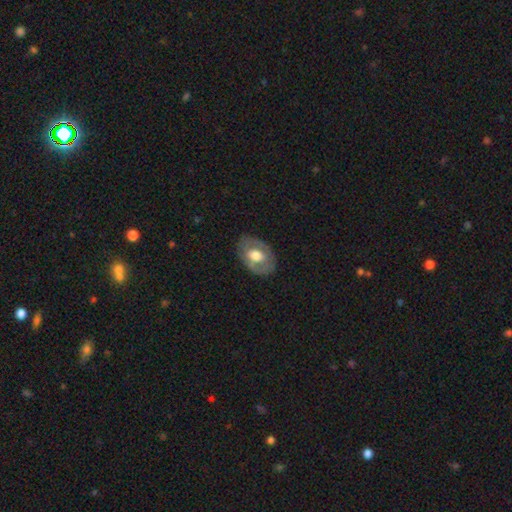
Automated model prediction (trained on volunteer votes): Overall: featured or disk (50%; smooth 44%). Merging: none (77%).